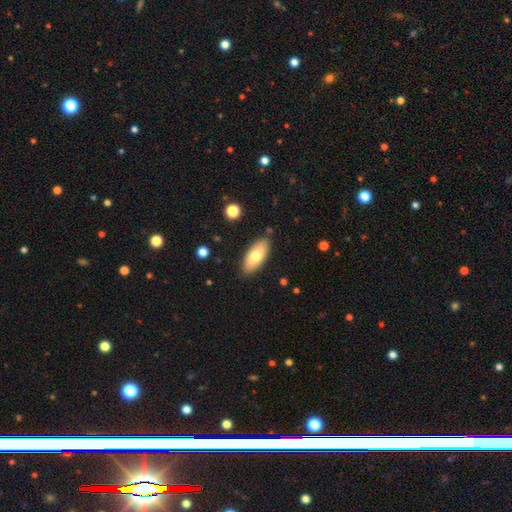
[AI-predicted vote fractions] smooth_or_featured: smooth (p=0.71) [alt: featured or disk p=0.23]
how_rounded: in between (p=0.86) [alt: cigar-shaped p=0.12]
merging: none (p=0.86) [alt: minor disturbance p=0.10]